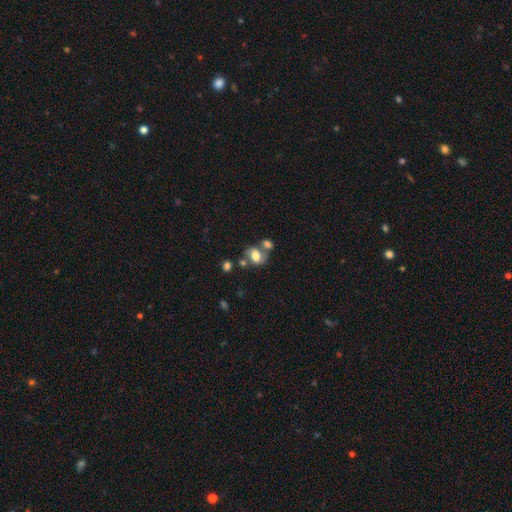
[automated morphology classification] This appears to be a smooth galaxy with no disk features (65%) that is in between round and cigar-shaped (69%). Merging: none (41%).